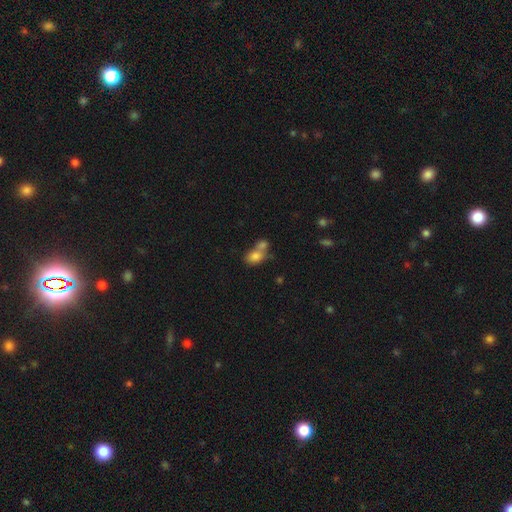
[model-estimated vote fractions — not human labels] smooth-or-featured: smooth: 77% | star or artifact: 12% | featured or disk: 11%
  how-rounded: in between: 60% | round: 38% | cigar-shaped: 2%
  merging: merger: 54% | none: 33% | minor disturbance: 9% | major disturbance: 4%